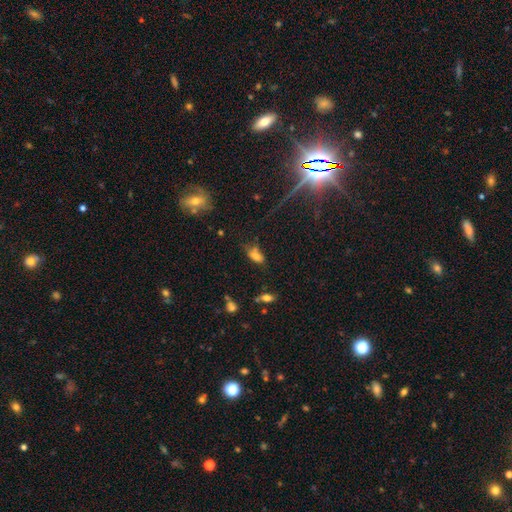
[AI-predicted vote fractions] A smooth galaxy with no disk features (70%) that is in between round and cigar-shaped (84%). Merging: none (46%).